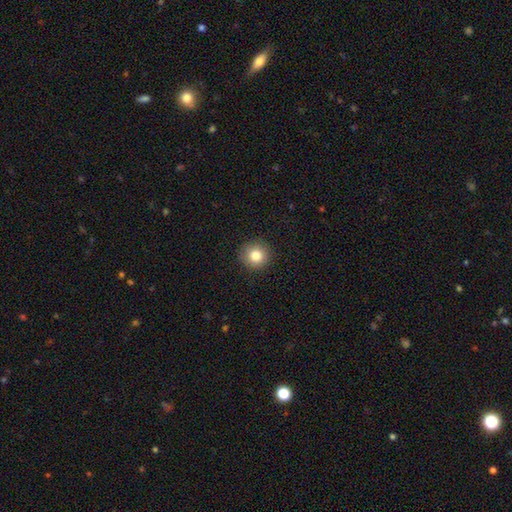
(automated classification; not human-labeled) The model was most divided on "smooth or featured": smooth: 83%, star or artifact: 10%, featured or disk: 7%. More confident: how rounded — round (94%); merging — none (91%).